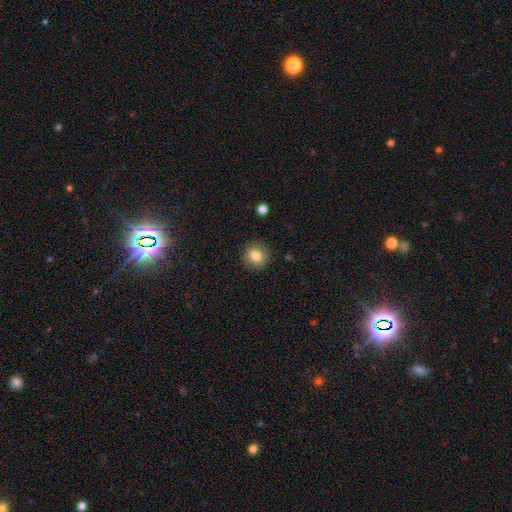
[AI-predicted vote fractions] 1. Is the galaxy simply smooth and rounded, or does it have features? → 82% smooth, 9% featured or disk, 9% star or artifact.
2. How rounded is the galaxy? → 86% round, 13% in between, 1% cigar-shaped.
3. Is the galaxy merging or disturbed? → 89% none, 8% minor disturbance, 2% major disturbance, 1% merger.